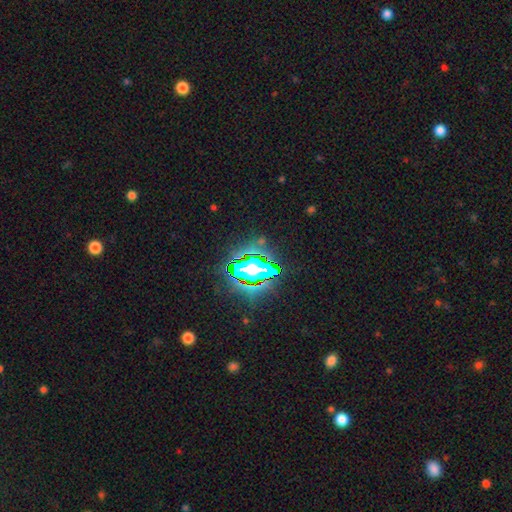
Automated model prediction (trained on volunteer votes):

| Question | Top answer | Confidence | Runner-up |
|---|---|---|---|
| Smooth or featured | star or artifact | 82% | smooth (11%) |